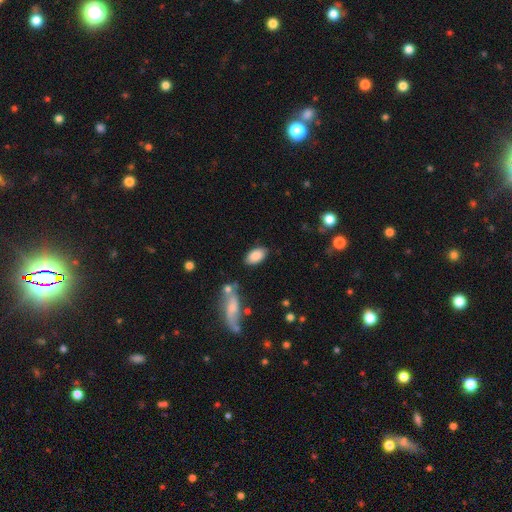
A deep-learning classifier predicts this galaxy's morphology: smooth_or_featured: smooth (p=0.87) [alt: star or artifact p=0.07]
how_rounded: in between (p=0.94) [alt: round p=0.03]
merging: none (p=0.81) [alt: minor disturbance p=0.12]